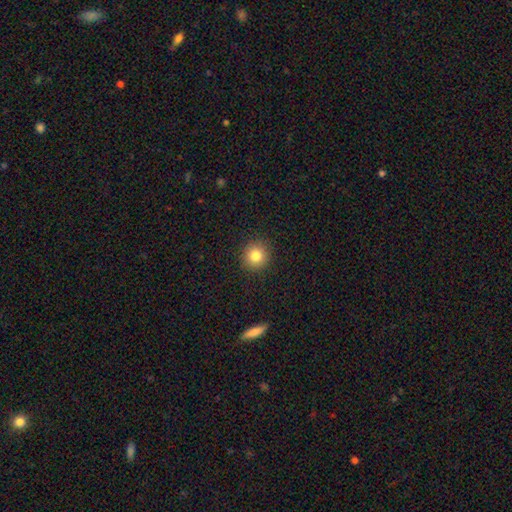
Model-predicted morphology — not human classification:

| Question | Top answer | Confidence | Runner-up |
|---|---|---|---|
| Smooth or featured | smooth | 83% | star or artifact (10%) |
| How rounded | round | 93% | in between (6%) |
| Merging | none | 91% | minor disturbance (6%) |